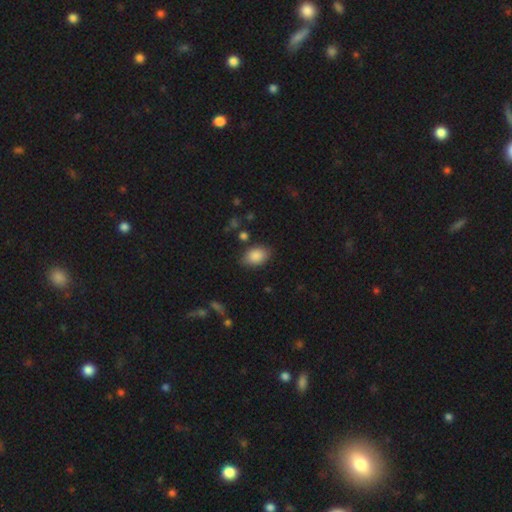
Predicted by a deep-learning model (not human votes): smooth_or_featured: smooth (p=0.87) [alt: star or artifact p=0.07]
how_rounded: in between (p=0.84) [alt: round p=0.15]
merging: none (p=0.80) [alt: minor disturbance p=0.14]